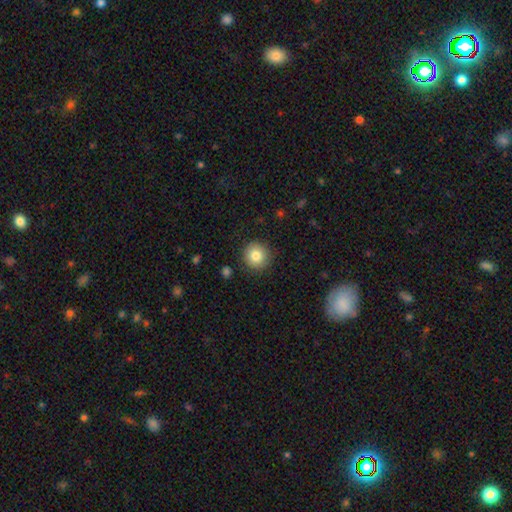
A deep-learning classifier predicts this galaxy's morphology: Overall: smooth (83%). How rounded: round (94%). Merging: none (89%).